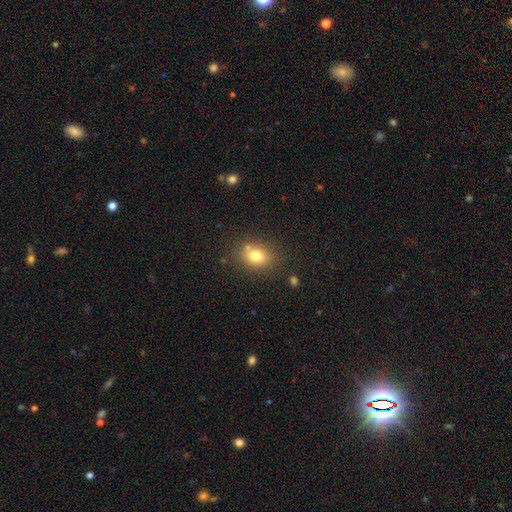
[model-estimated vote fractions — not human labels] Smooth or featured?
  - smooth: 77% *
  - star or artifact: 12%
  - featured or disk: 11%
How rounded?
  - in between: 60% *
  - round: 39%
  - cigar-shaped: 1%
Merging?
  - none: 73% *
  - minor disturbance: 14%
  - merger: 9%
  - major disturbance: 4%